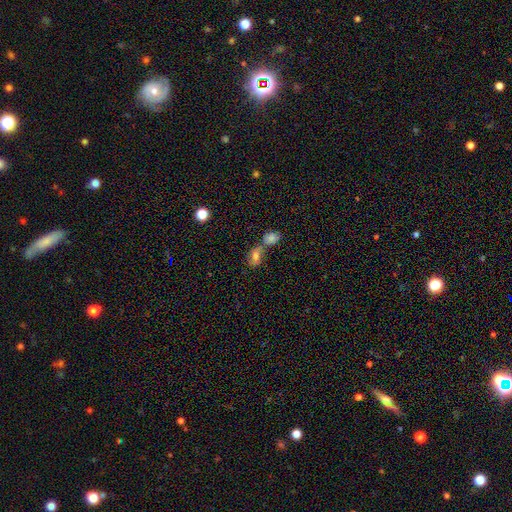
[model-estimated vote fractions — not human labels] smooth 63%, featured or disk 22%, star or artifact 15%. Down the decision tree: how rounded — in between (70%); merging — merger (56%).